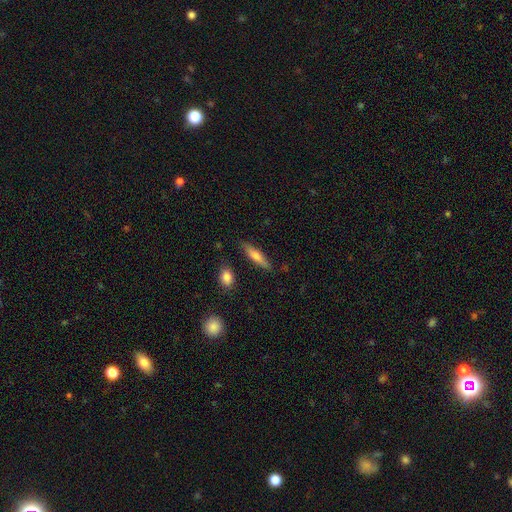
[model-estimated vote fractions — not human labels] smooth_or_featured: smooth (p=0.65) [alt: featured or disk p=0.28]
how_rounded: cigar-shaped (p=0.78) [alt: in between p=0.20]
merging: none (p=0.83) [alt: minor disturbance p=0.11]